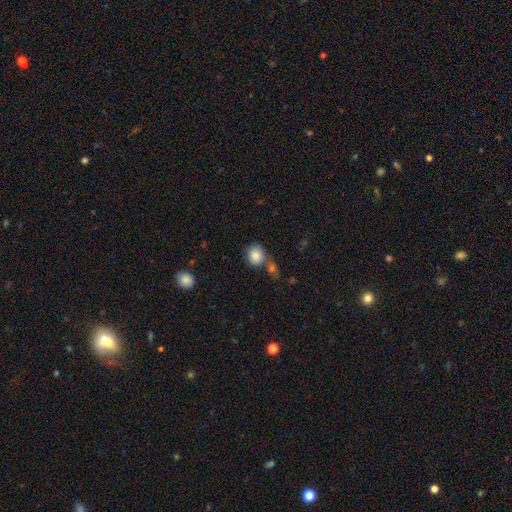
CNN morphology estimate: A smooth galaxy with no disk features (86%) that is round (76%). Merging: none (57%).